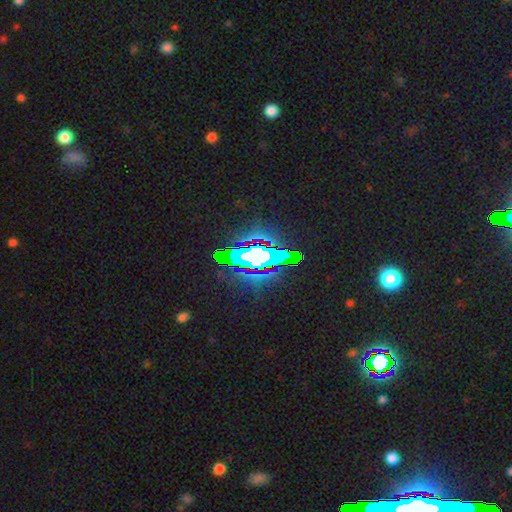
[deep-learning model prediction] This is likely a star or artifact rather than a galaxy (62%).